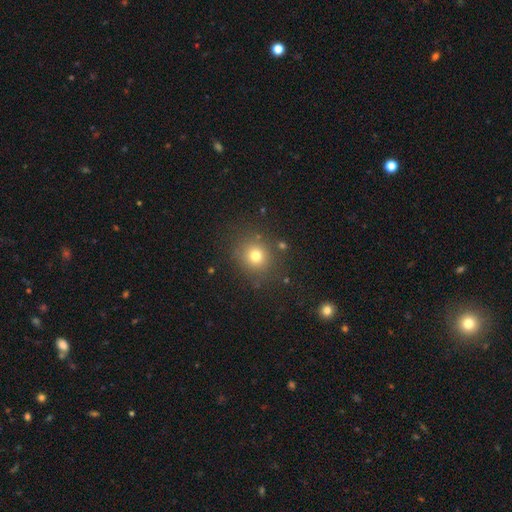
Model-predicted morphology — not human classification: Smooth or featured? smooth (75%)
How rounded? round (87%)
Merging? none (84%)